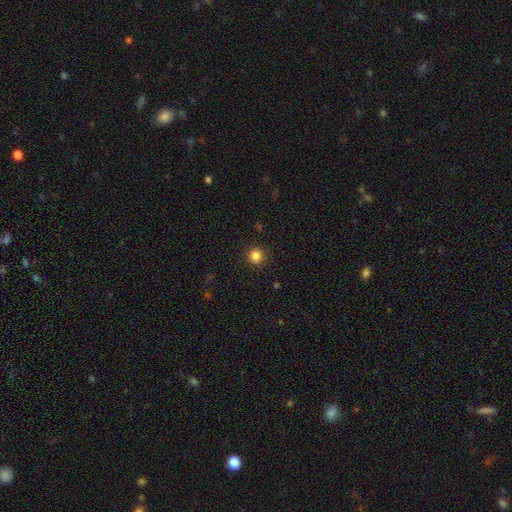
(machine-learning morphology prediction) smooth 84%, star or artifact 12%, featured or disk 4%. Down the decision tree: how rounded — round (94%); merging — none (92%).